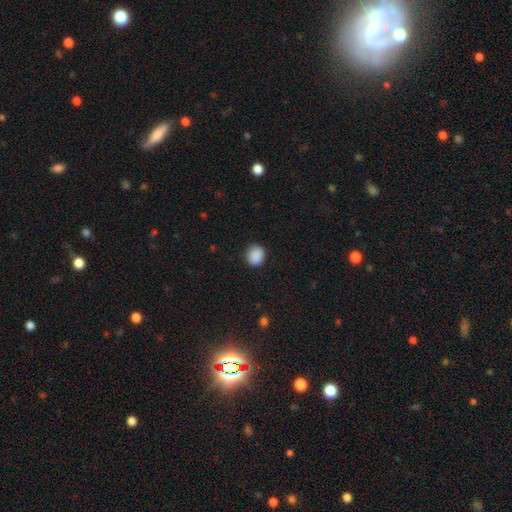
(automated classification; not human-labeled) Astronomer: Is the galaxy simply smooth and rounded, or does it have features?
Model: smooth — 89%.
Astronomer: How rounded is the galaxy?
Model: round — 78%.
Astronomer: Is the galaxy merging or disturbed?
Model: none — 88%.